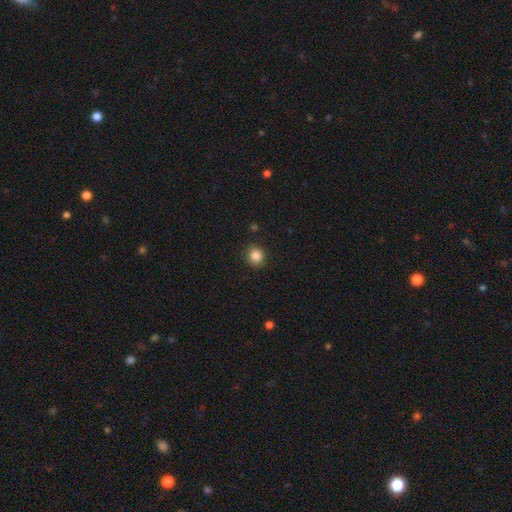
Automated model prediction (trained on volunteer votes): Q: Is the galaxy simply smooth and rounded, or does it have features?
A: smooth — 85%.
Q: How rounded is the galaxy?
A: round — 86%.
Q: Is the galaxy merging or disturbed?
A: none — 88%.